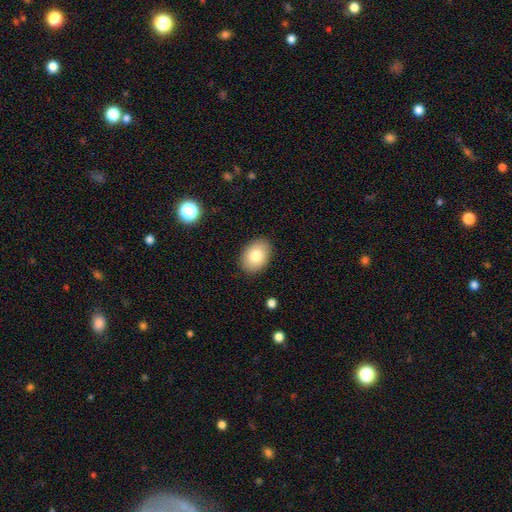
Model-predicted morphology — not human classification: Q: Smooth or featured?
A: smooth (81%); runner-up: featured or disk (11%)
Q: How rounded?
A: in between (77%); runner-up: round (22%)
Q: Merging?
A: none (88%); runner-up: minor disturbance (9%)